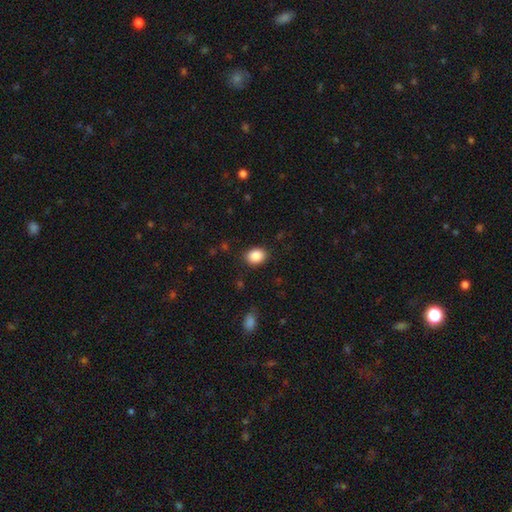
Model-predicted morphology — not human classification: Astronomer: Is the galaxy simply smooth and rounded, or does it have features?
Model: smooth — 88%.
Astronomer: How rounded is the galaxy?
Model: in between — 55% (runner-up: round, 45%).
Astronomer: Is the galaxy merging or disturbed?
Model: none — 87%.